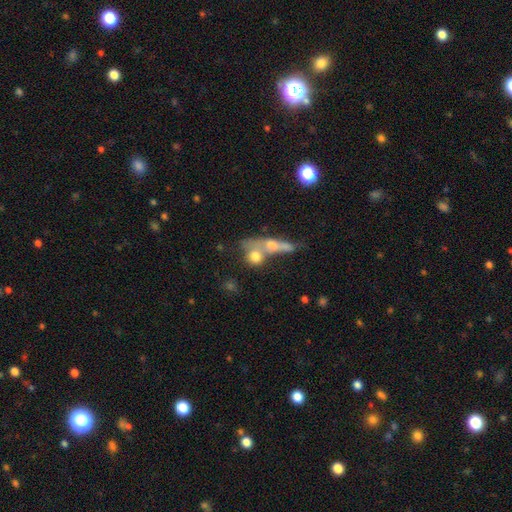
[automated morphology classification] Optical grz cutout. It shows a smooth galaxy with no disk features (67%) that is round (57%). Merging: merger (56%).